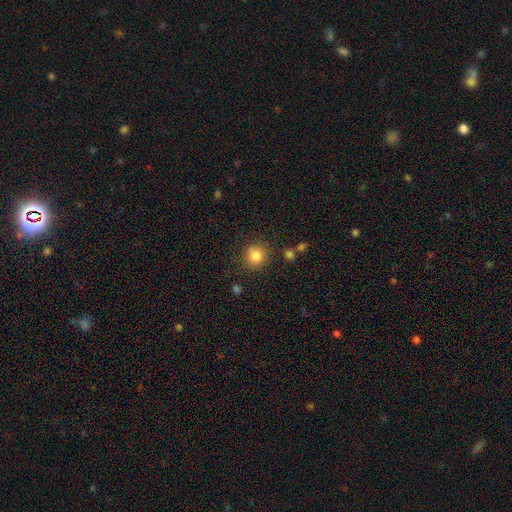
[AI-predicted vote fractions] smooth 83%, star or artifact 11%, featured or disk 6%. Down the decision tree: how rounded — round (90%); merging — none (83%).